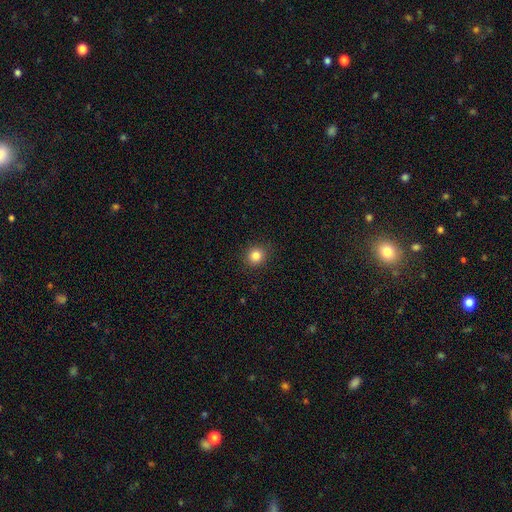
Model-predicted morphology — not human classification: A smooth galaxy with no disk features (83%) that is round (87%). Merging: none (91%).